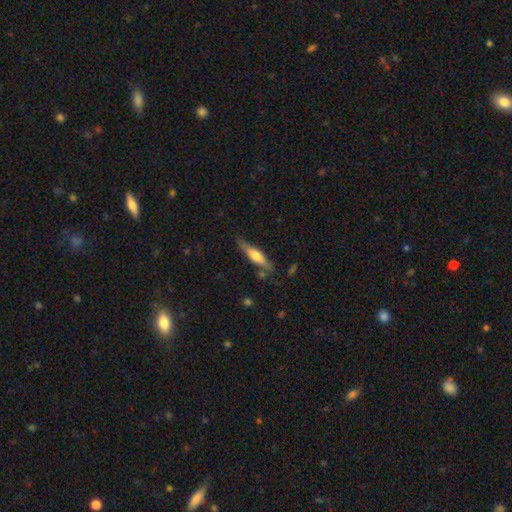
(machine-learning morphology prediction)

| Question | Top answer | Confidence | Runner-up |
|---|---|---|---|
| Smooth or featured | smooth | 48% | featured or disk (47%) |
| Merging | none | 76% | minor disturbance (16%) |